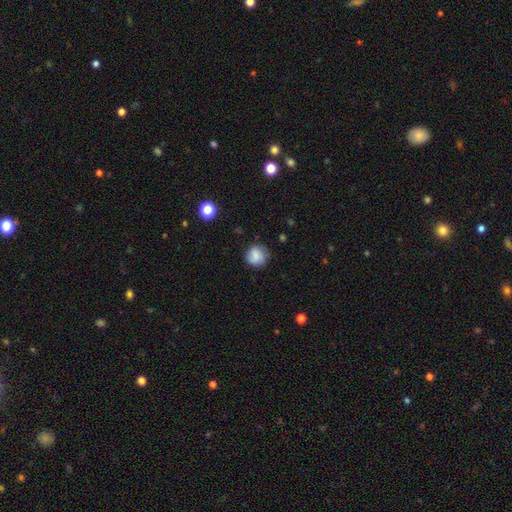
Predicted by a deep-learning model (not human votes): Smooth or featured: smooth — 78% (featured or disk — 13%)
How rounded: round — 86% (in between — 13%)
Merging: none — 75% (minor disturbance — 18%)